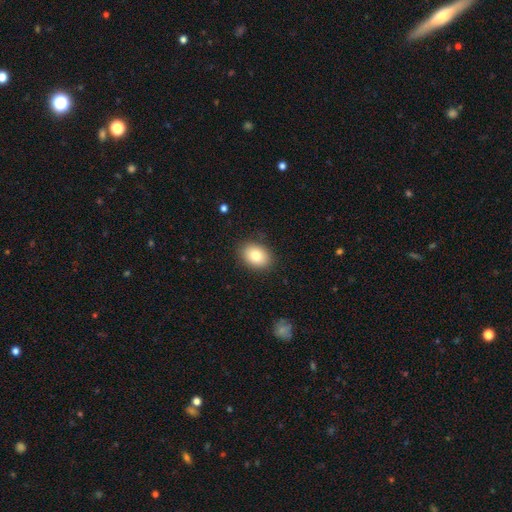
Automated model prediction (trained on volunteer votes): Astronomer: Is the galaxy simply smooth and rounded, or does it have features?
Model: smooth — 81%.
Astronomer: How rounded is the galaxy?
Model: in between — 70%.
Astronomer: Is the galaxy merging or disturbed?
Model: none — 87%.